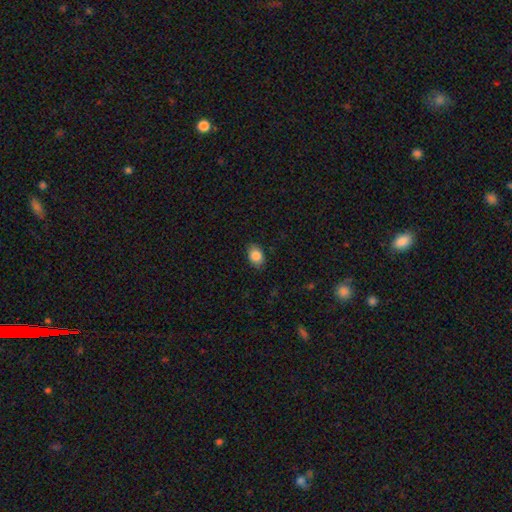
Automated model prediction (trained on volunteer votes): smooth 87%, star or artifact 8%, featured or disk 6%. Down the decision tree: how rounded — in between (79%); merging — none (84%).